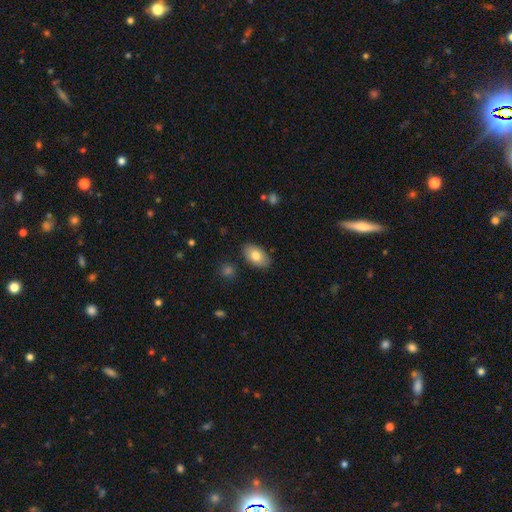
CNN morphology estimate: The model was most divided on "smooth or featured": smooth: 79%, featured or disk: 14%, star or artifact: 7%. More confident: how rounded — in between (92%); merging — none (86%).